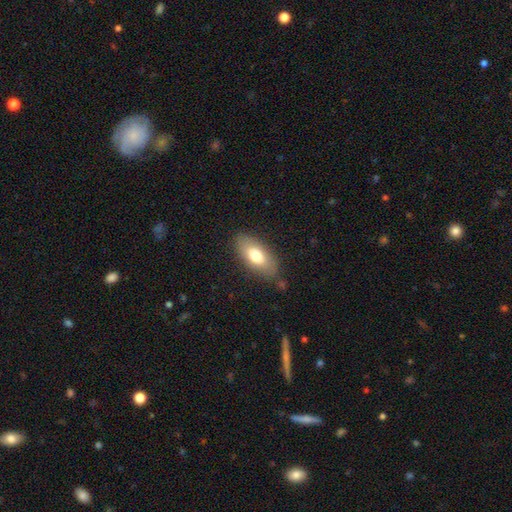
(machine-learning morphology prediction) Smooth or featured? Predicted: smooth (p=0.72). How rounded? Predicted: in between (p=0.88). Merging? Predicted: none (p=0.80).